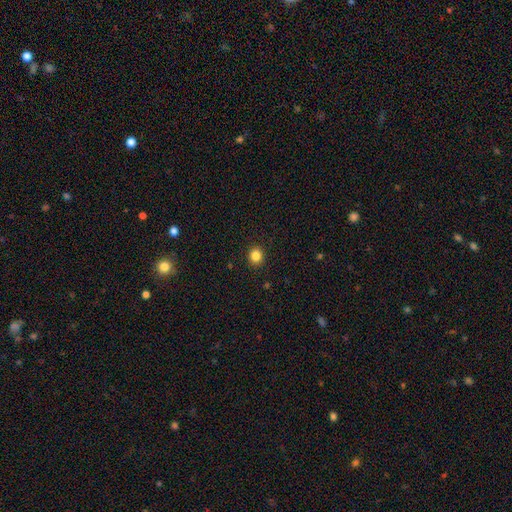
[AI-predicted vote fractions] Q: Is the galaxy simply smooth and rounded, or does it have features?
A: smooth — 84%.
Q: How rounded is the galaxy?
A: round — 81%.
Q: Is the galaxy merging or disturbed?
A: none — 92%.